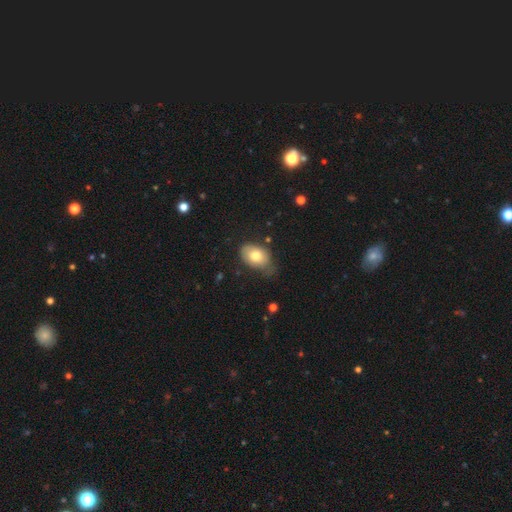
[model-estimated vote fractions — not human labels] The model was most divided on "merging": none: 46%, minor disturbance: 39%, major disturbance: 12%, merger: 3%. More confident: how rounded — in between (82%); smooth or featured — smooth (76%).